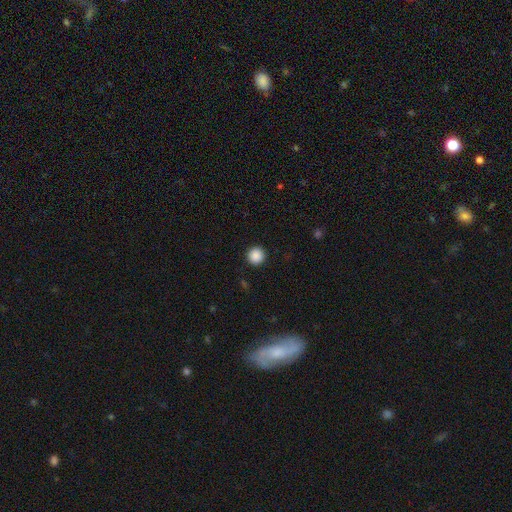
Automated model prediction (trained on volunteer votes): Smooth or featured? smooth (88%)
How rounded? round (96%)
Merging? none (93%)